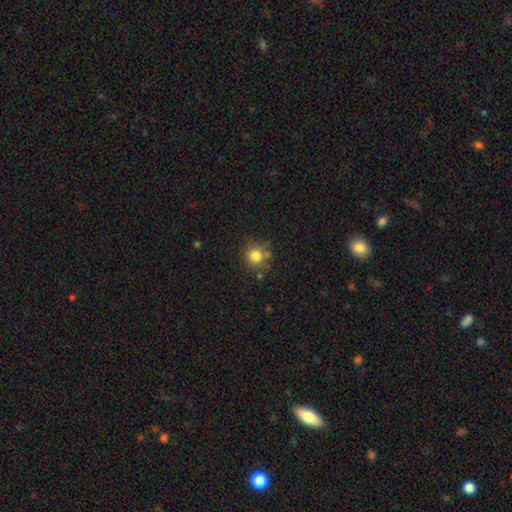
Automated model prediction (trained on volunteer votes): This is clearly a smooth galaxy (80%). How rounded: clearly round (90%). Merging: likely none (75%).